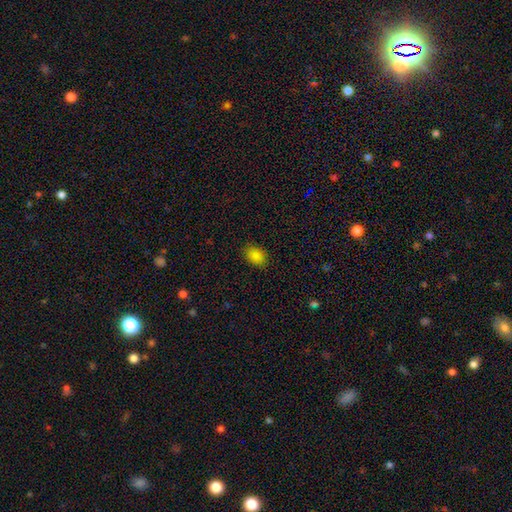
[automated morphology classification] Smooth or featured?
  - smooth: 85% *
  - star or artifact: 12%
  - featured or disk: 3%
How rounded?
  - in between: 73% *
  - round: 26%
  - cigar-shaped: 1%
Merging?
  - none: 86% *
  - minor disturbance: 11%
  - major disturbance: 3%
  - merger: 1%